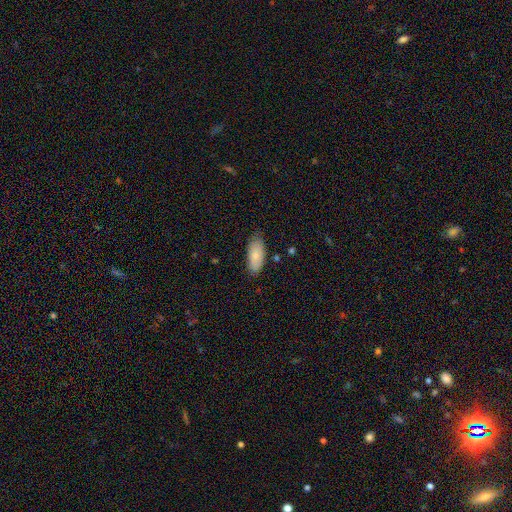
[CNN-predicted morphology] Overall: smooth (79%). How rounded: in between (90%). Merging: none (77%).